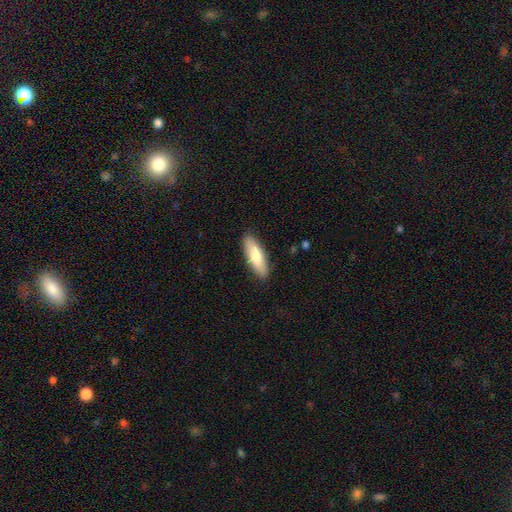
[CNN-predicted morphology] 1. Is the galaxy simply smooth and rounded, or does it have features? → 77% smooth, 17% featured or disk, 5% star or artifact.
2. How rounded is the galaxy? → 52% in between, 47% cigar-shaped, 2% round.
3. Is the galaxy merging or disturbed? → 88% none, 9% minor disturbance, 2% major disturbance, 1% merger.